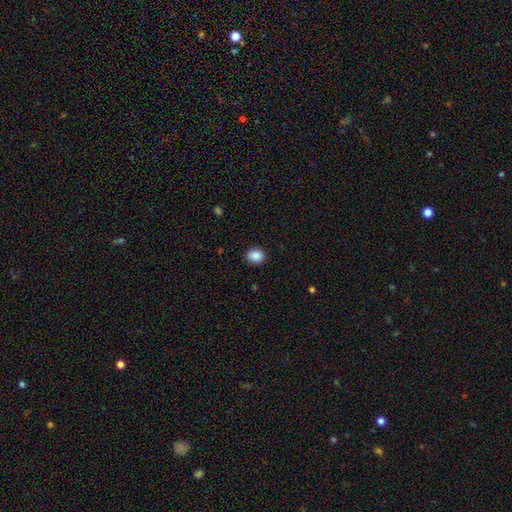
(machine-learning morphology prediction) type=smooth (88%); roundness=round (58%); merging=none (90%).